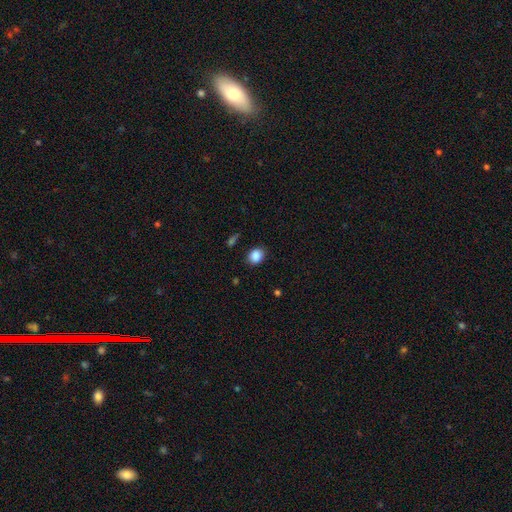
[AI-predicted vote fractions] Smooth or featured: smooth — 87% (star or artifact — 9%)
How rounded: round — 50% (in between — 49%)
Merging: none — 84% (minor disturbance — 11%)